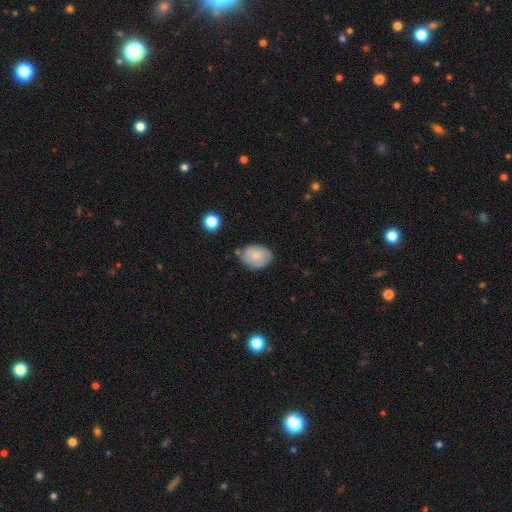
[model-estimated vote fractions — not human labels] A smooth galaxy with no disk features (69%) that is in between round and cigar-shaped (70%). Merging: none (67%).